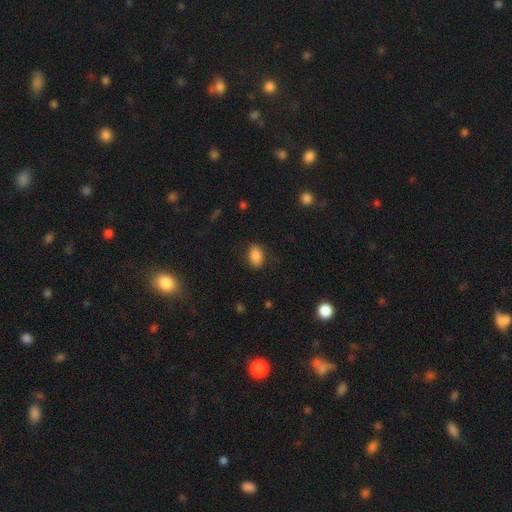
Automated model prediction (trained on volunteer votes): Smooth or featured?
  - smooth: 87% *
  - star or artifact: 8%
  - featured or disk: 5%
How rounded?
  - in between: 86% *
  - round: 12%
  - cigar-shaped: 2%
Merging?
  - none: 84% *
  - minor disturbance: 12%
  - major disturbance: 3%
  - merger: 1%